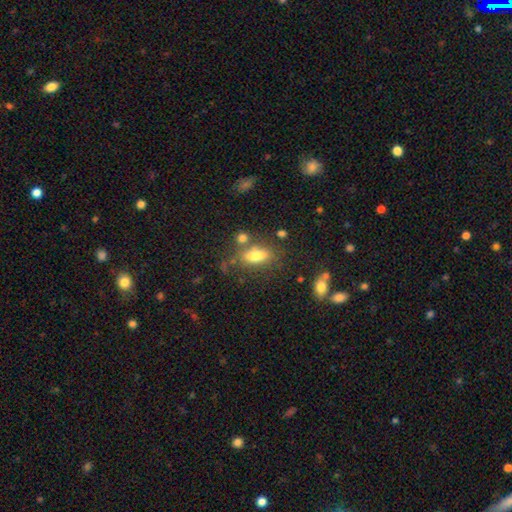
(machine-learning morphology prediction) This appears to be a smooth galaxy with no disk features (76%) that is in between round and cigar-shaped (79%). Merging: none (64%).